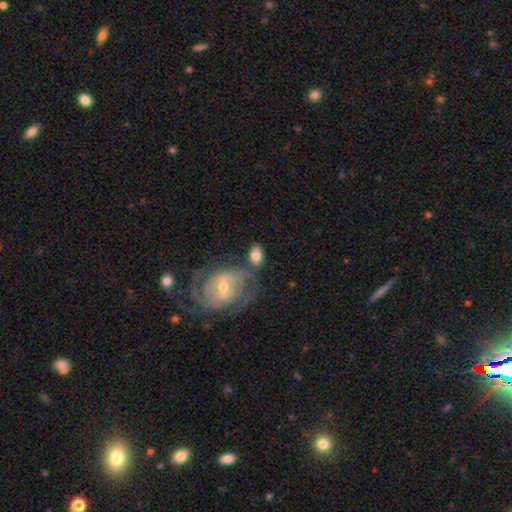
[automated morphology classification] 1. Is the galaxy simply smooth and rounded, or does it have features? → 66% smooth, 27% featured or disk, 6% star or artifact.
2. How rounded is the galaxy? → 80% in between, 18% round, 2% cigar-shaped.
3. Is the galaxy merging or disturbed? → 55% none, 19% minor disturbance, 18% merger, 9% major disturbance.